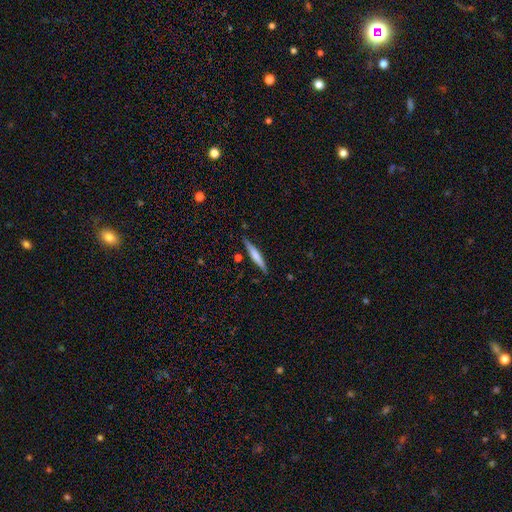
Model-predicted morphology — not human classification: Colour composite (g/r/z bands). It shows a smooth galaxy with no disk features (55%) that is cigar-shaped (93%). Merging: none (86%).